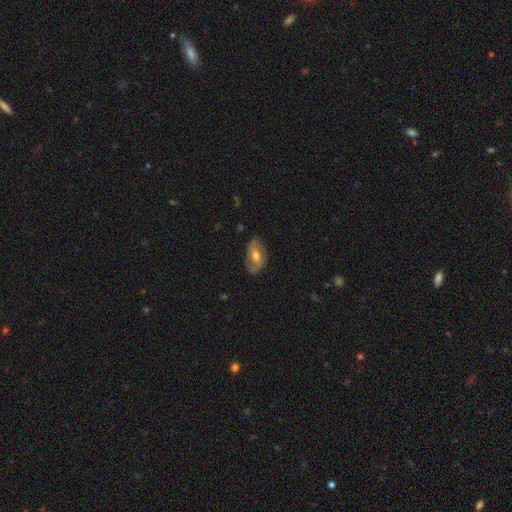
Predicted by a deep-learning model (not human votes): Morphology: type=featured or disk (55%); edge-on=no (91%); bar=weak (40%); spiral arms=yes (60%); bulge=moderate (71%); merging=none (70%).